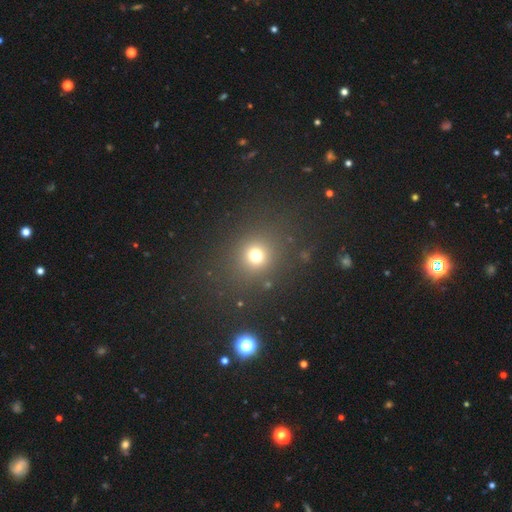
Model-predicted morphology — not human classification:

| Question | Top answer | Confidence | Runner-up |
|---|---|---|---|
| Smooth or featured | smooth | 71% | star or artifact (21%) |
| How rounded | round | 84% | in between (15%) |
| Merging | none | 84% | minor disturbance (8%) |